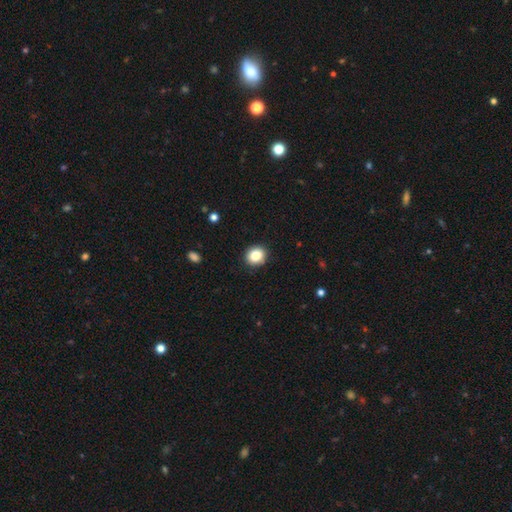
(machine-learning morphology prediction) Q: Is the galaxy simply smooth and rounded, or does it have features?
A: smooth — 84%.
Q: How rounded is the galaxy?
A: round — 82%.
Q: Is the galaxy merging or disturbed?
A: none — 90%.